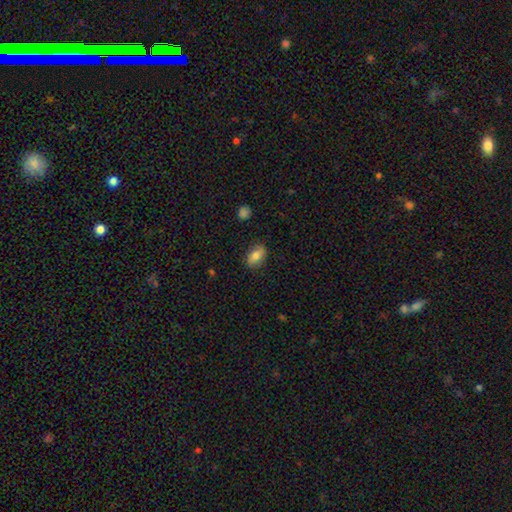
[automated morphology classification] Smooth or featured: smooth — 76% (featured or disk — 16%)
How rounded: in between — 87% (round — 10%)
Merging: none — 83% (minor disturbance — 13%)